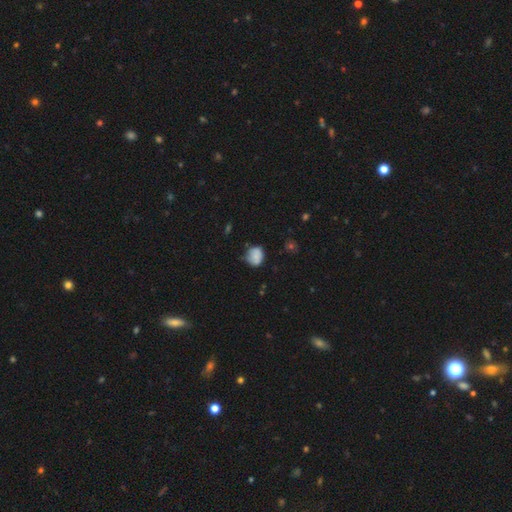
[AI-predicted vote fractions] A smooth galaxy with no disk features (76%) that is round (65%). Merging: none (55%).